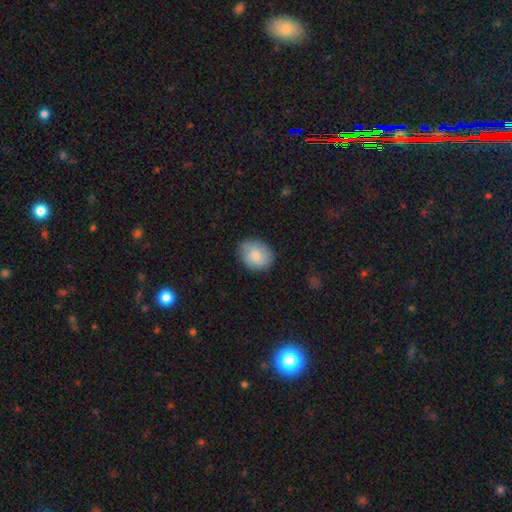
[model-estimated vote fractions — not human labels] Smooth or featured? smooth (79%)
How rounded? round (57%)
Merging? none (80%)